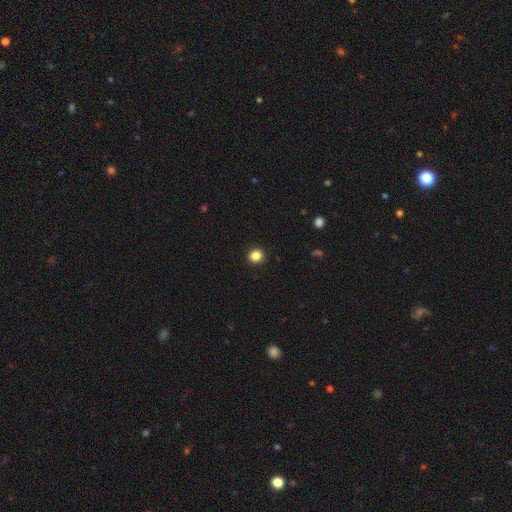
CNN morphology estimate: smooth-or-featured: smooth: 85% | star or artifact: 11% | featured or disk: 3%
  how-rounded: round: 91% | in between: 8% | cigar-shaped: 1%
  merging: none: 93% | minor disturbance: 4% | major disturbance: 2% | merger: 1%